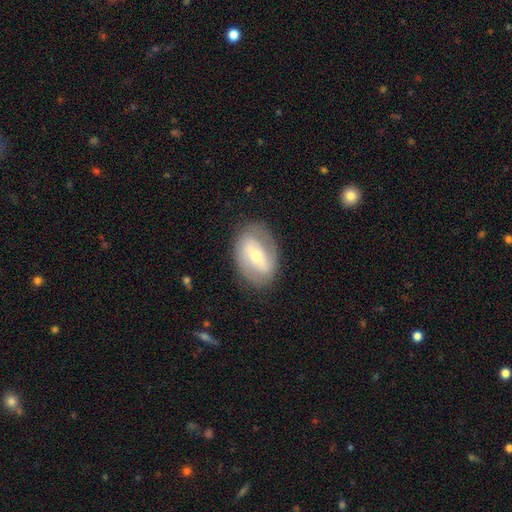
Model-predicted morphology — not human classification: Q: Smooth or featured?
A: featured or disk (63%); runner-up: smooth (30%)
Q: Edge-on disk?
A: no (93%); runner-up: yes (7%)
Q: Bar?
A: strong (43%); runner-up: weak (36%)
Q: Spiral arms?
A: yes (61%); runner-up: no (39%)
Q: Bulge size?
A: moderate (52%); runner-up: small (41%)
Q: Merging?
A: none (79%); runner-up: minor disturbance (14%)